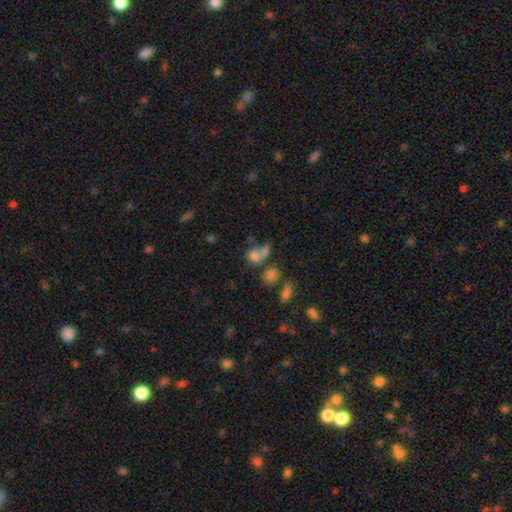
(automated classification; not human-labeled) Smooth or featured?
  - smooth: 70% *
  - star or artifact: 16%
  - featured or disk: 15%
How rounded?
  - round: 55% *
  - in between: 43%
  - cigar-shaped: 2%
Merging?
  - merger: 46% *
  - none: 31%
  - major disturbance: 12%
  - minor disturbance: 12%